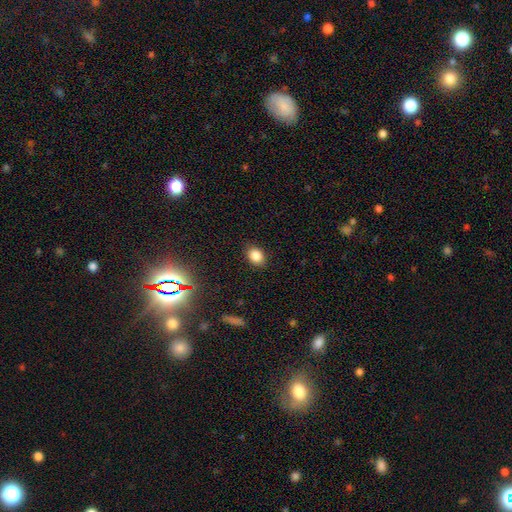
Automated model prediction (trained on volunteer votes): Q: Smooth or featured?
A: smooth (84%); runner-up: star or artifact (11%)
Q: How rounded?
A: in between (66%); runner-up: round (33%)
Q: Merging?
A: none (88%); runner-up: minor disturbance (9%)